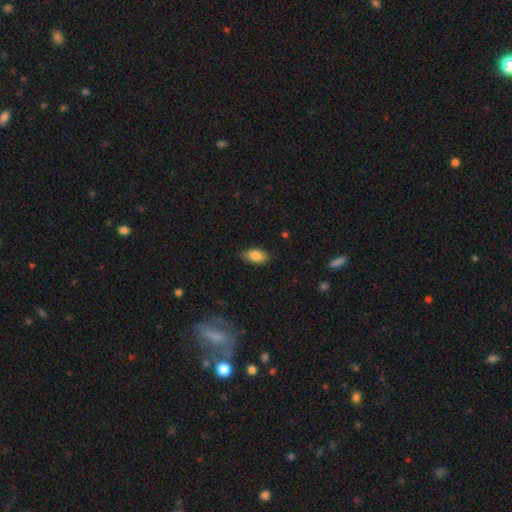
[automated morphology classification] Smooth or featured: smooth — 84% (featured or disk — 9%)
How rounded: in between — 93% (round — 4%)
Merging: none — 80% (minor disturbance — 17%)